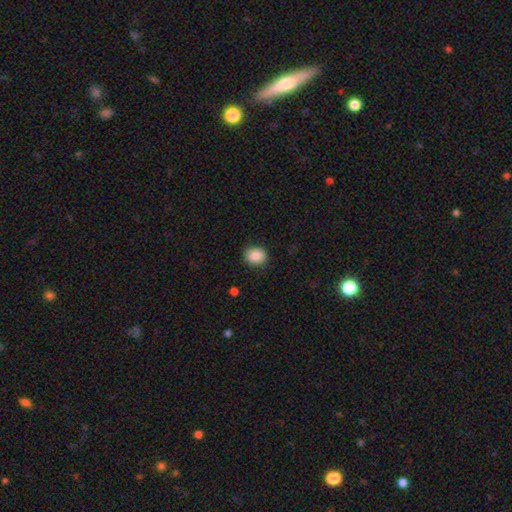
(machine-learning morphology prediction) A smooth galaxy with no disk features (87%) that is round (59%). Merging: none (86%).